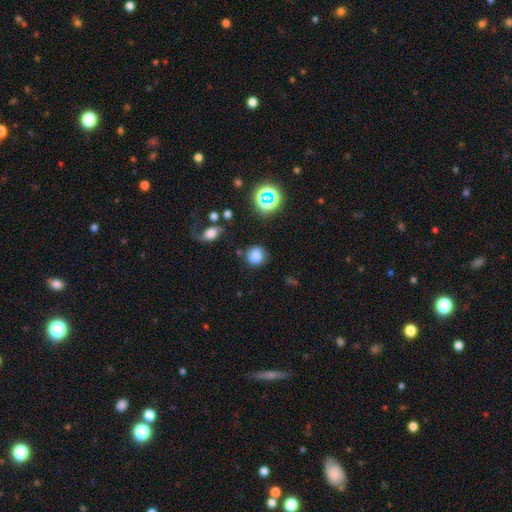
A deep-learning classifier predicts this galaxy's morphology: Smooth or featured? smooth (77%)
How rounded? round (81%)
Merging? none (74%)